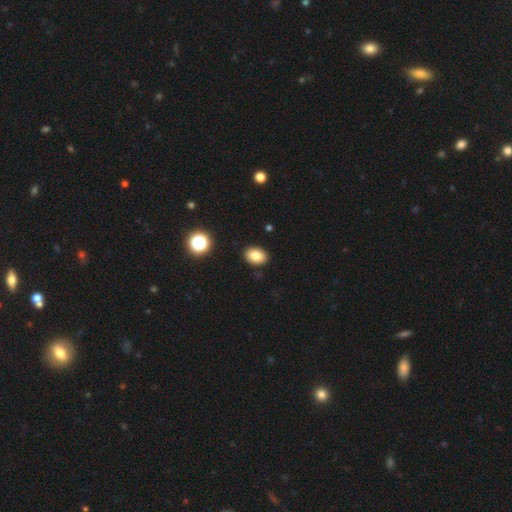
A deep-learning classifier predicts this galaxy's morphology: Smooth or featured? Predicted: smooth (p=0.83). How rounded? Predicted: in between (p=0.78). Merging? Predicted: none (p=0.90).